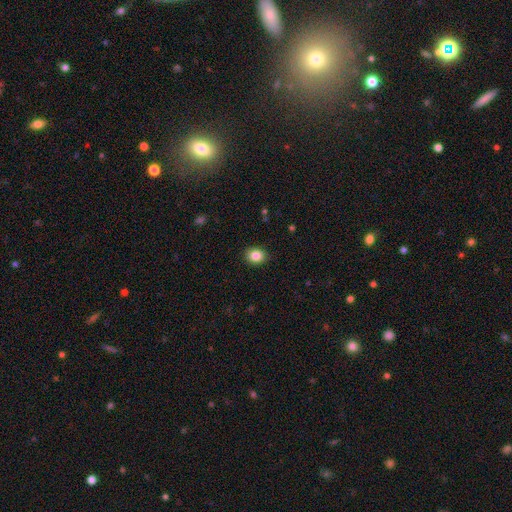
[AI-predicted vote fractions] This appears to be a smooth galaxy with no disk features (86%) that is round (54%). Merging: none (88%).